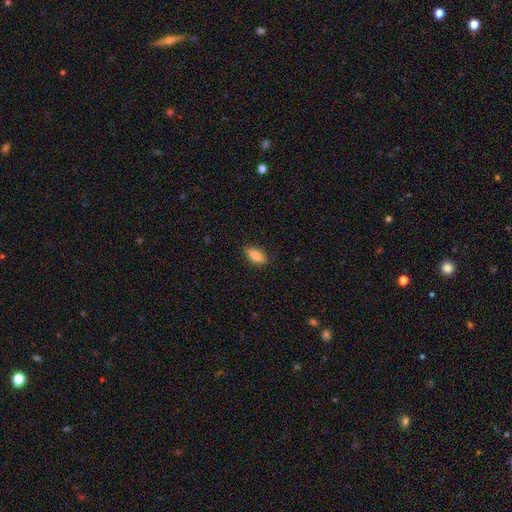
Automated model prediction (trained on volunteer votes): smooth 77%, featured or disk 16%, star or artifact 7%. Down the decision tree: how rounded — in between (72%); merging — none (86%).